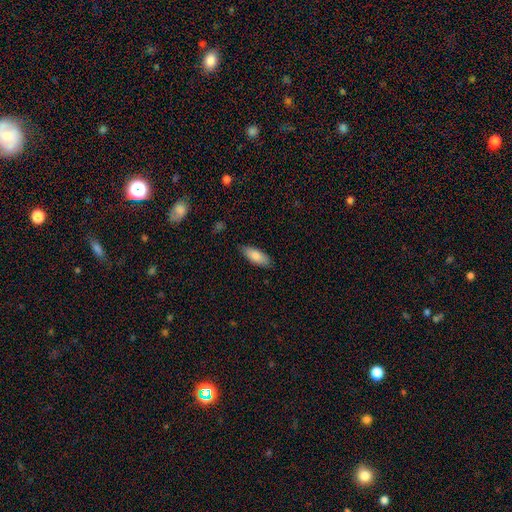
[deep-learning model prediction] Smooth or featured? Predicted: smooth (p=0.81). How rounded? Predicted: in between (p=0.78). Merging? Predicted: none (p=0.83).